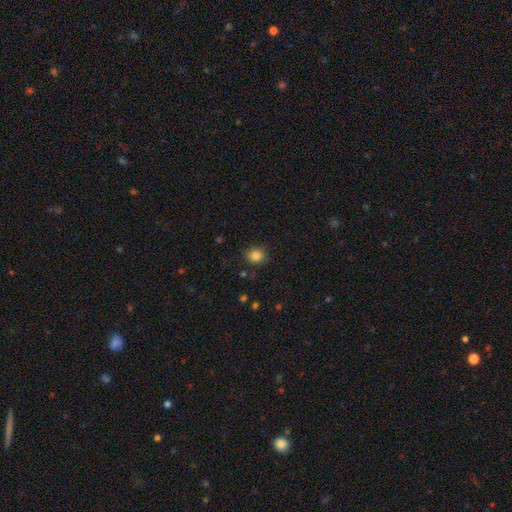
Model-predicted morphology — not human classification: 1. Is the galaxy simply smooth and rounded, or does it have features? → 85% smooth, 11% star or artifact, 4% featured or disk.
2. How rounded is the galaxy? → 75% round, 24% in between, 1% cigar-shaped.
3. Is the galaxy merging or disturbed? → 87% none, 9% minor disturbance, 3% major disturbance, 1% merger.